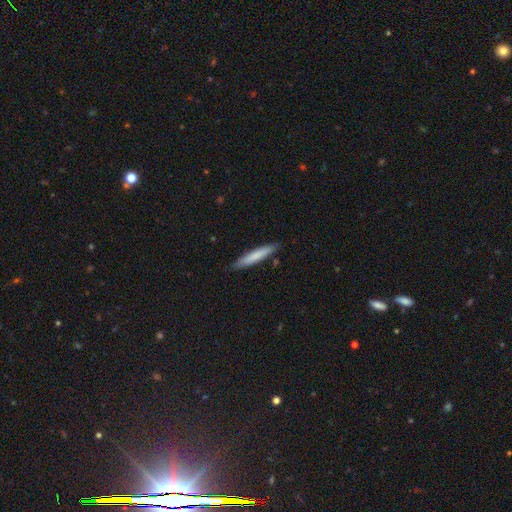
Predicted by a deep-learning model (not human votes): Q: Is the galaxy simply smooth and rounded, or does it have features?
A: smooth — 76%.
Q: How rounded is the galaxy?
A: cigar-shaped — 92%.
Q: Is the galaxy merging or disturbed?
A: none — 87%.